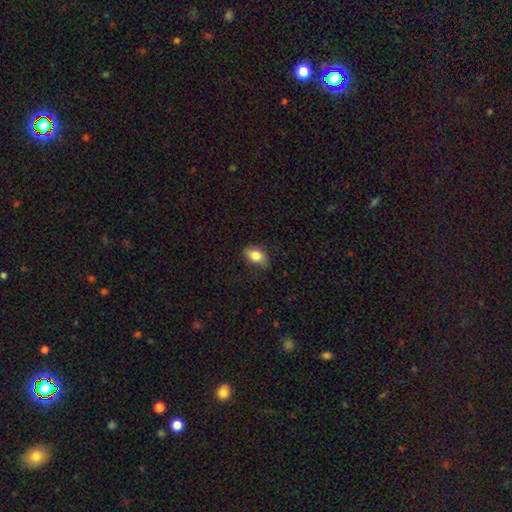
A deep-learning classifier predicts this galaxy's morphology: The model was most divided on "merging": none: 70%, minor disturbance: 23%, major disturbance: 6%, merger: 1%. More confident: how rounded — in between (84%); smooth or featured — smooth (80%).